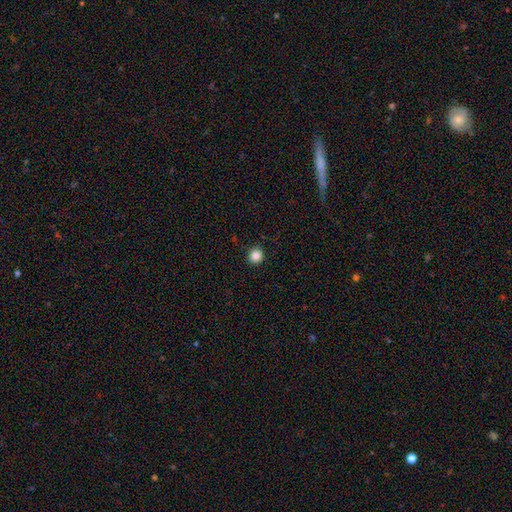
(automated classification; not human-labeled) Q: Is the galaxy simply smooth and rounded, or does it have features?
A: smooth — 85%.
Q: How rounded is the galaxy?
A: round — 94%.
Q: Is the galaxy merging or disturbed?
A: none — 92%.